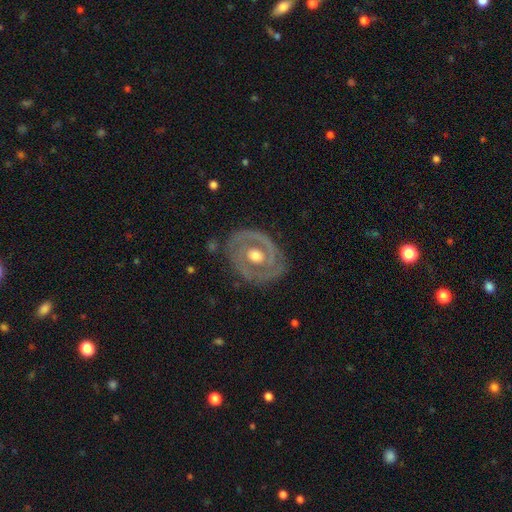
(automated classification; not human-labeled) featured or disk 76%, smooth 19%, star or artifact 5%. Down the decision tree: edge-on disk — no (95%); bar — no (76%); spiral arms — yes (51%); bulge size — moderate (73%); merging — none (74%).